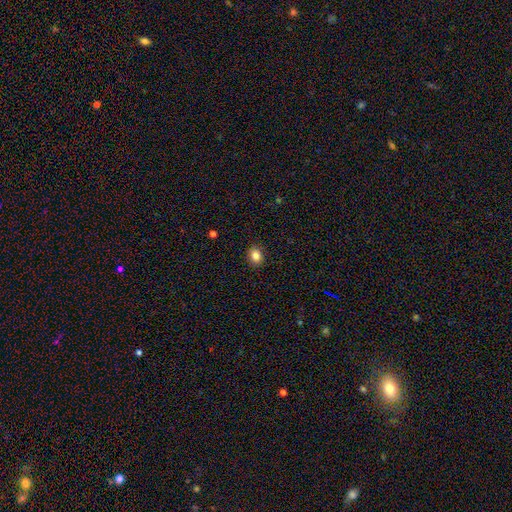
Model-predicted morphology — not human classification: Smooth or featured: smooth — 85% (star or artifact — 10%)
How rounded: in between — 53% (round — 46%)
Merging: none — 89% (minor disturbance — 8%)